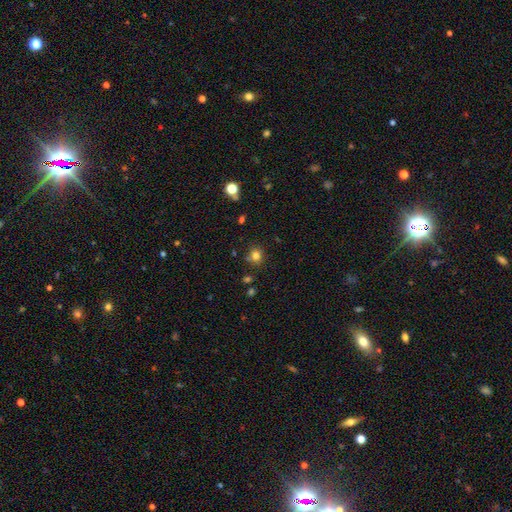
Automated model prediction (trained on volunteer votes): smooth-or-featured: smooth: 78% | star or artifact: 15% | featured or disk: 7%
  how-rounded: round: 85% | in between: 14% | cigar-shaped: 1%
  merging: none: 76% | minor disturbance: 13% | merger: 8% | major disturbance: 4%